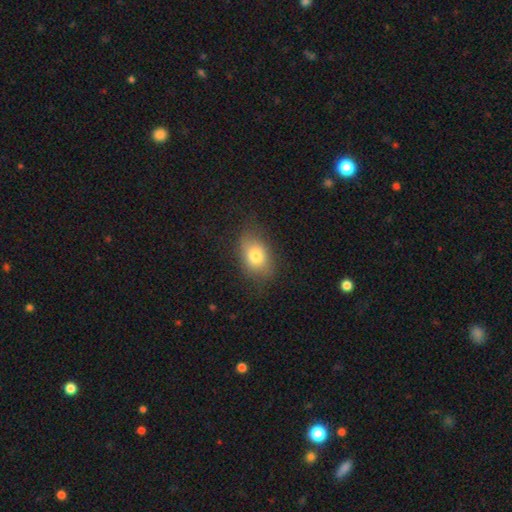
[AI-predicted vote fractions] Q: Smooth or featured?
A: smooth (76%); runner-up: featured or disk (13%)
Q: How rounded?
A: in between (76%); runner-up: round (22%)
Q: Merging?
A: none (71%); runner-up: minor disturbance (20%)